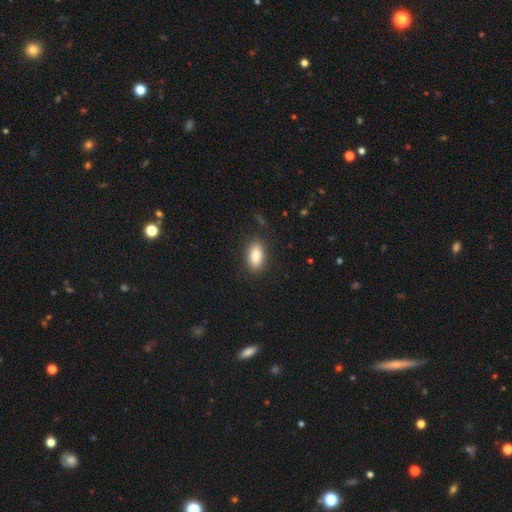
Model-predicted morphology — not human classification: Smooth or featured: smooth — 86% (star or artifact — 7%)
How rounded: in between — 91% (round — 5%)
Merging: none — 86% (minor disturbance — 9%)